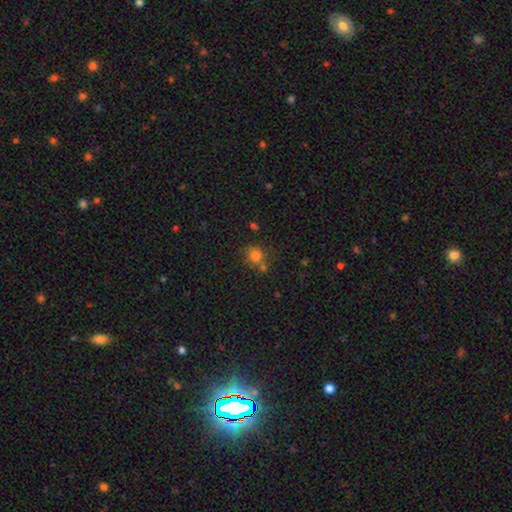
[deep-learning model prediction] This appears to be a smooth galaxy with no disk features (76%) that is round (83%). Merging: none (64%).